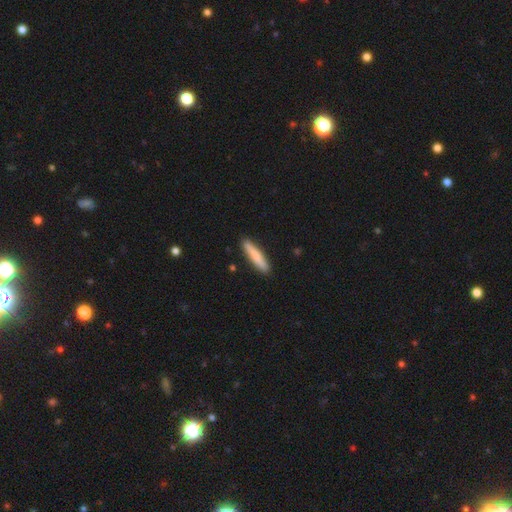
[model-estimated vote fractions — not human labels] Smooth or featured? Predicted: smooth (p=0.80). How rounded? Predicted: cigar-shaped (p=0.91). Merging? Predicted: none (p=0.90).